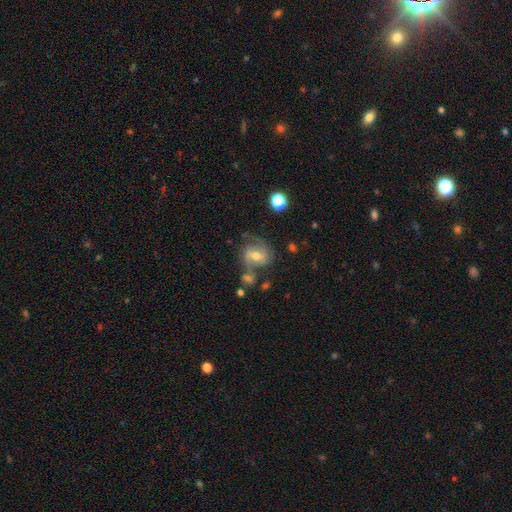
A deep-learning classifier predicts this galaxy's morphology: featured or disk 71%, smooth 20%, star or artifact 9%. Down the decision tree: edge-on disk — no (97%); bar — weak (49%); spiral arms — yes (89%); spiral arm count — 2 (72%); spiral winding — medium (48%); bulge size — moderate (67%); merging — none (54%).